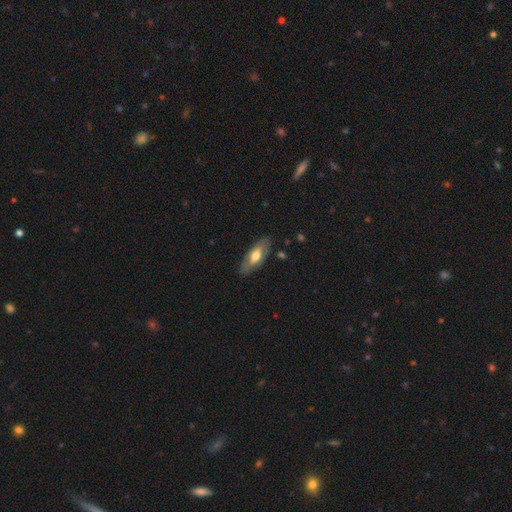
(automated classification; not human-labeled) Smooth or featured: smooth — 47% (tied with featured or disk — 47%)
Merging: none — 81% (minor disturbance — 14%)